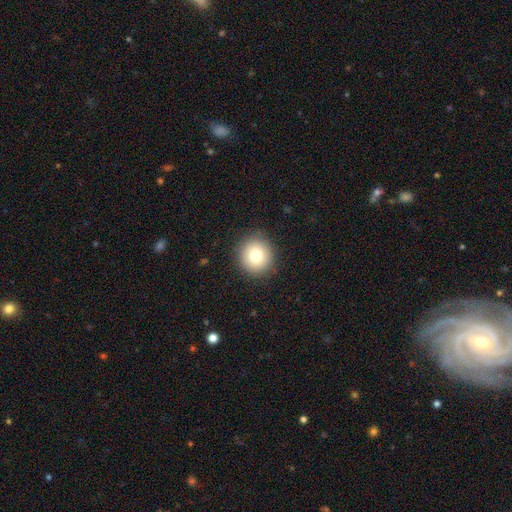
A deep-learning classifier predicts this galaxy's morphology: Smooth or featured? Predicted: smooth (p=0.79). How rounded? Predicted: round (p=0.91). Merging? Predicted: none (p=0.89).